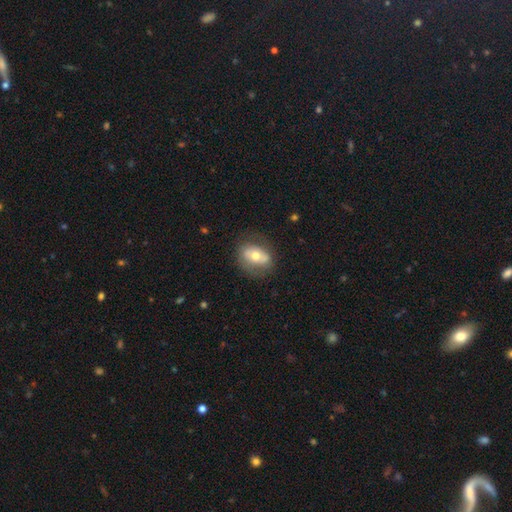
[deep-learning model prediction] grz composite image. It shows a smooth galaxy with no disk features (52%) that is in between round and cigar-shaped (73%). Merging: none (70%).